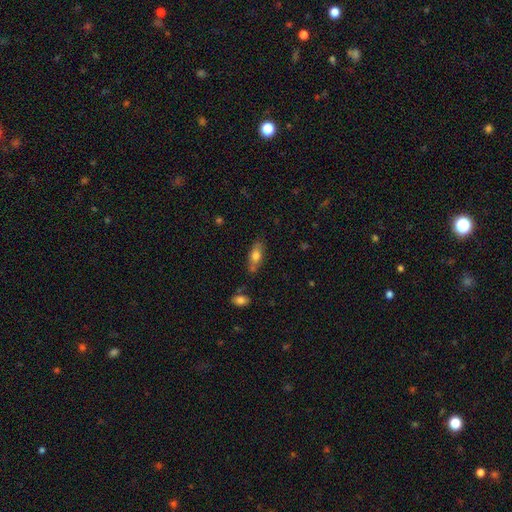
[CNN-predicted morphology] A smooth galaxy with no disk features (69%) that is in between round and cigar-shaped (75%).

Vote fractions:
- Smooth or featured? smooth: 69% / featured or disk: 23% / star or artifact: 7%
- How rounded? in between: 75% / cigar-shaped: 21% / round: 4%
- Merging? none: 72% / minor disturbance: 17% / merger: 7% / major disturbance: 4%